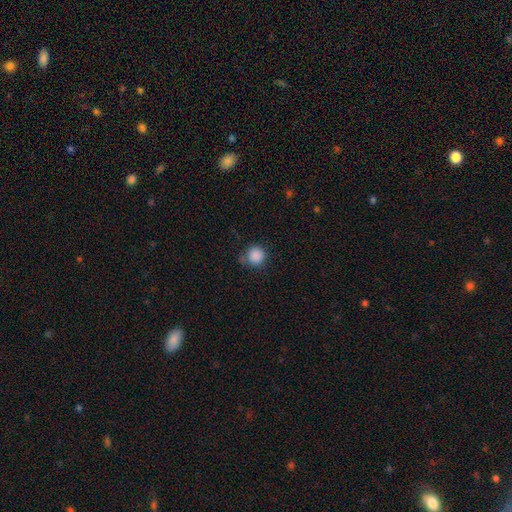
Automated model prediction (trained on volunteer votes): Q: Smooth or featured?
A: smooth (87%); runner-up: star or artifact (10%)
Q: How rounded?
A: round (93%); runner-up: in between (6%)
Q: Merging?
A: none (74%); runner-up: minor disturbance (18%)